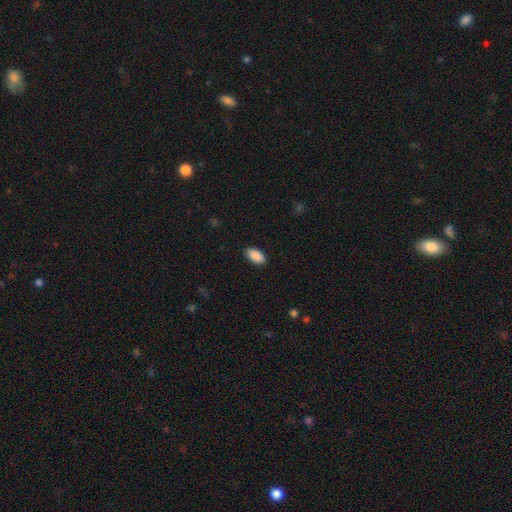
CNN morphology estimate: smooth 90%, star or artifact 6%, featured or disk 3%. Down the decision tree: how rounded — in between (95%); merging — none (90%).